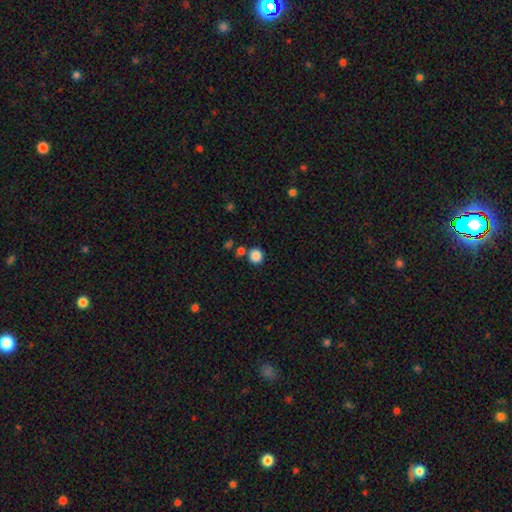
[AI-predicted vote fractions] A smooth galaxy with no disk features (86%) that is round (88%).

Vote fractions:
- Smooth or featured? smooth: 86% / star or artifact: 10% / featured or disk: 3%
- How rounded? round: 88% / in between: 11% / cigar-shaped: 1%
- Merging? none: 78% / merger: 10% / minor disturbance: 9% / major disturbance: 3%